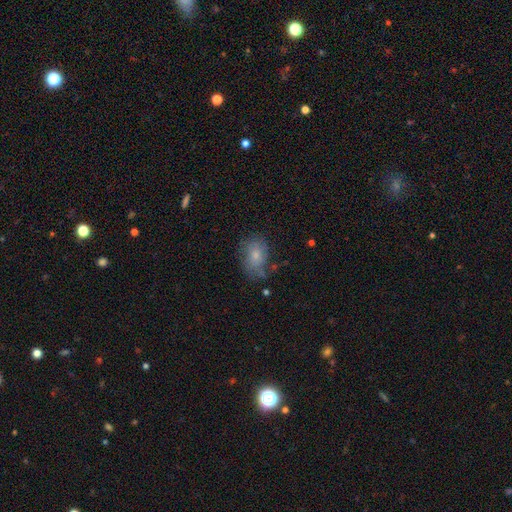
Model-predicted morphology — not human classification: The model was most divided on "merging": none: 55%, minor disturbance: 28%, major disturbance: 14%, merger: 4%. More confident: how rounded — in between (73%); smooth or featured — smooth (68%).